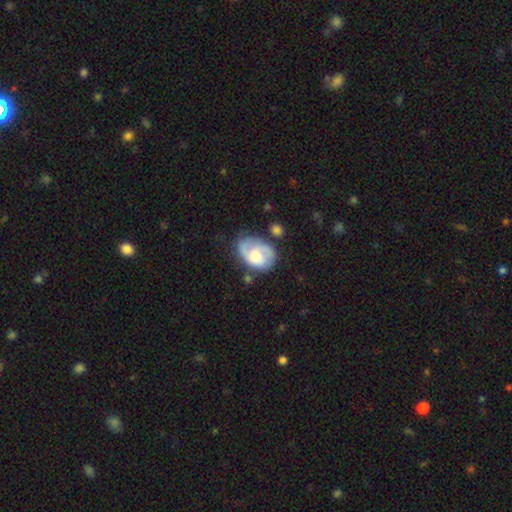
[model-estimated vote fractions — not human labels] A featured or disk galaxy (58%) with no bar (66%), spiral arms (82%) and a moderate central bulge (47%). Merging: none (48%).